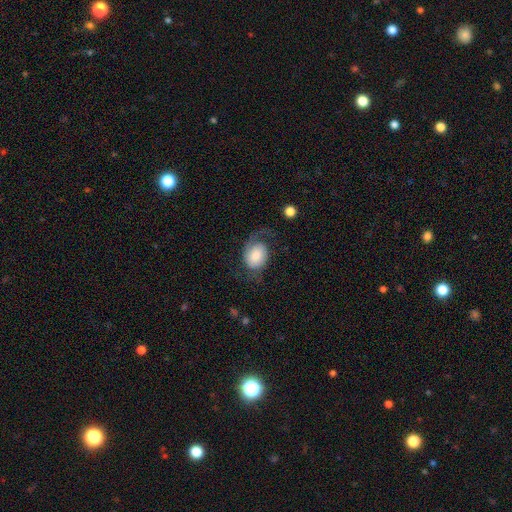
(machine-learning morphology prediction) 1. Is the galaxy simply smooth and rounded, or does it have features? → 51% featured or disk, 41% smooth, 8% star or artifact.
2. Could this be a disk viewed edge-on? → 97% no, 3% yes.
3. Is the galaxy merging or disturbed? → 47% none, 28% major disturbance, 23% minor disturbance, 2% merger.